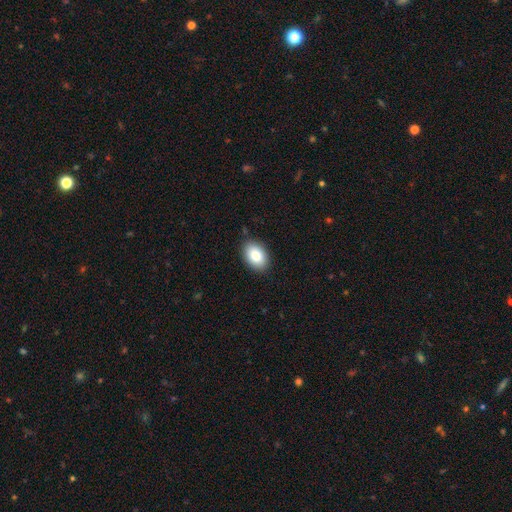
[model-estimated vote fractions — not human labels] This appears to be a smooth galaxy with no disk features (85%) that is in between round and cigar-shaped (85%). Merging: none (87%).